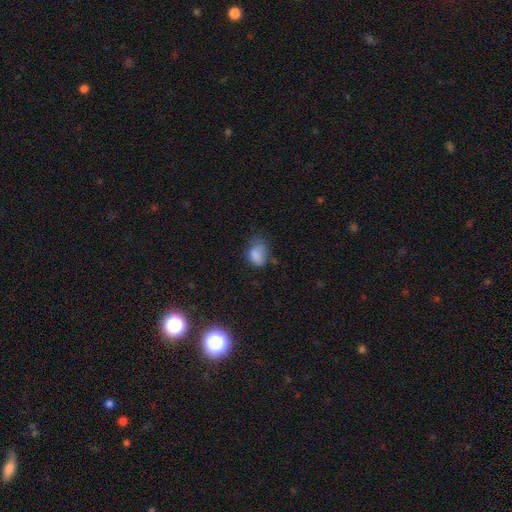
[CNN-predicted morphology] smooth 79%, featured or disk 11%, star or artifact 11%. Down the decision tree: how rounded — in between (78%); merging — none (38%).